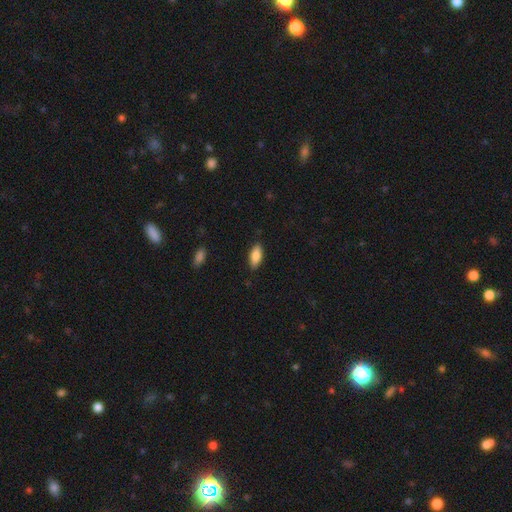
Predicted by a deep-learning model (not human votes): Smooth or featured?
  - smooth: 85% *
  - featured or disk: 9%
  - star or artifact: 6%
How rounded?
  - in between: 84% *
  - cigar-shaped: 14%
  - round: 2%
Merging?
  - none: 85% *
  - minor disturbance: 11%
  - major disturbance: 2%
  - merger: 1%